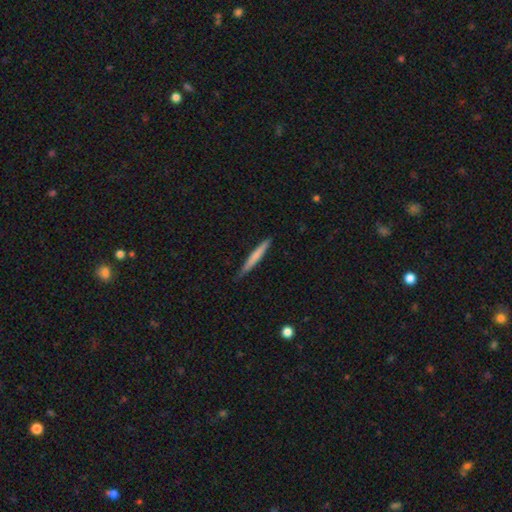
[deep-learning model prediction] Q: Smooth or featured?
A: smooth (66%); runner-up: featured or disk (28%)
Q: How rounded?
A: cigar-shaped (96%); runner-up: in between (3%)
Q: Merging?
A: none (86%); runner-up: minor disturbance (11%)